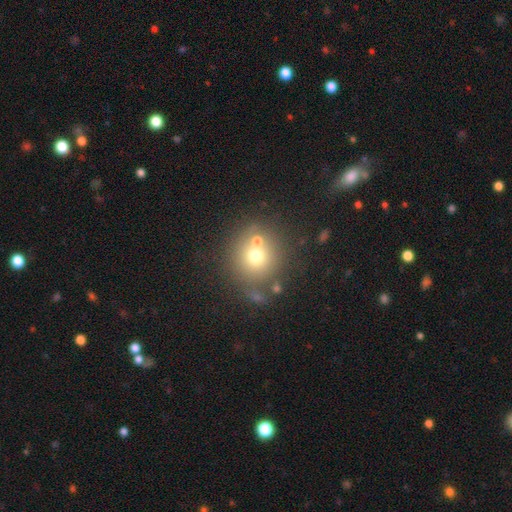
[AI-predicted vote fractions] This appears to be a smooth galaxy with no disk features (67%) that is round (90%). Merging: none (61%).